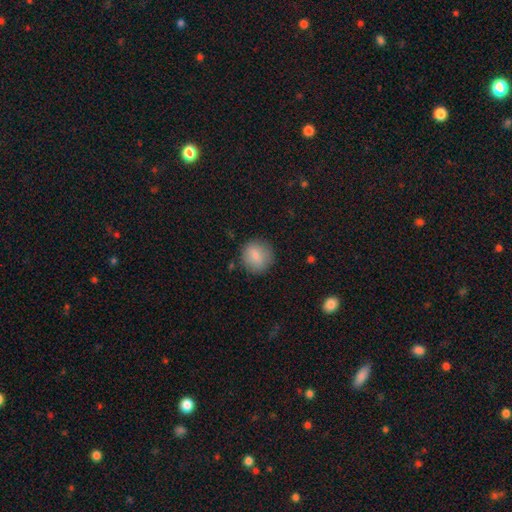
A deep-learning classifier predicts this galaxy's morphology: A smooth galaxy with no disk features (82%) that is round (91%).

Vote fractions:
- Smooth or featured? smooth: 82% / featured or disk: 10% / star or artifact: 8%
- How rounded? round: 91% / in between: 8% / cigar-shaped: 1%
- Merging? none: 86% / minor disturbance: 10% / major disturbance: 3% / merger: 1%